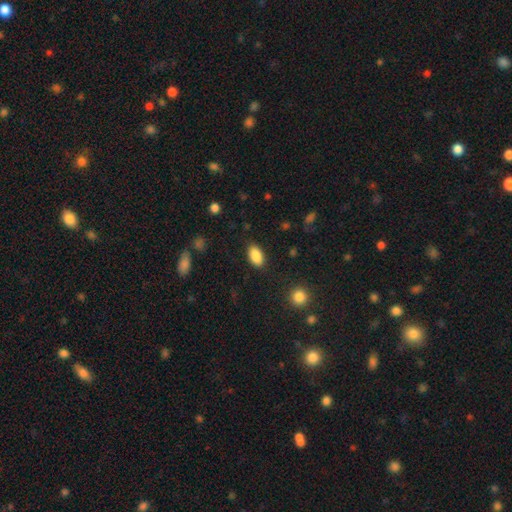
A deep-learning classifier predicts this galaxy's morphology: This is clearly a smooth galaxy (88%). How rounded: clearly in between (93%). Merging: clearly none (86%).